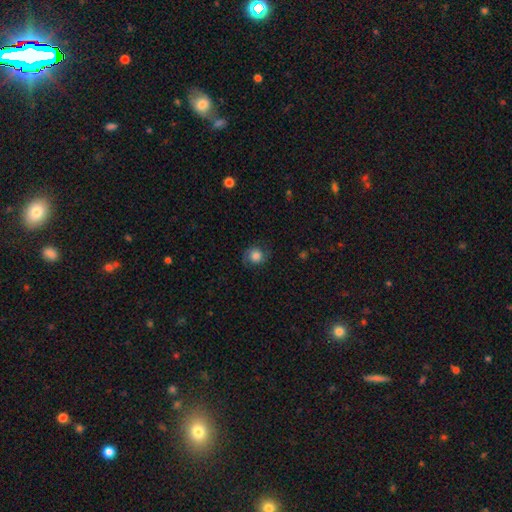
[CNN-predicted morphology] smooth_or_featured: smooth (p=0.60) [alt: featured or disk p=0.29]
how_rounded: round (p=0.78) [alt: in between p=0.21]
merging: none (p=0.70) [alt: minor disturbance p=0.19]